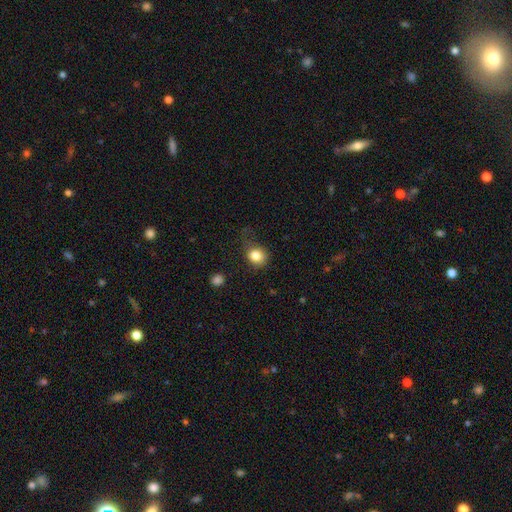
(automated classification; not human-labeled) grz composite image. It shows a smooth galaxy with no disk features (82%) that is round (76%). Merging: none (57%).